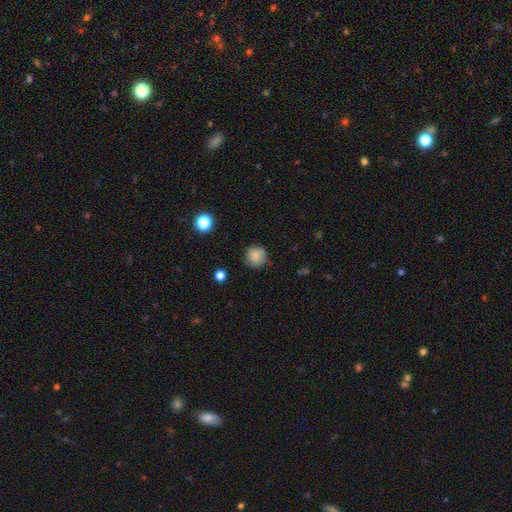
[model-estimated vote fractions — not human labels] This is clearly a smooth galaxy (84%). How rounded: clearly round (93%). Merging: clearly none (83%).